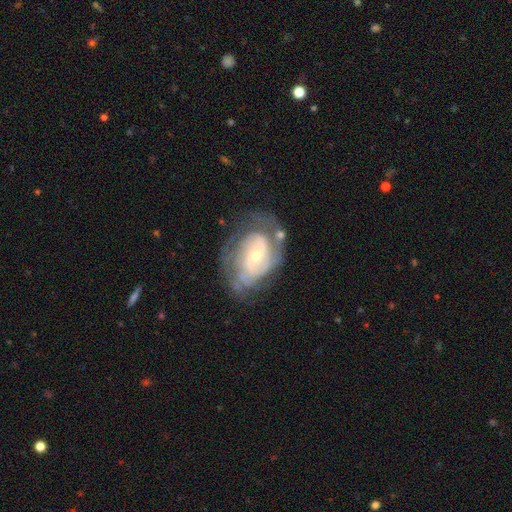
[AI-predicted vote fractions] A featured or disk galaxy (83%) with no bar (53%), tight (58%) spiral arms (90%) and a small central bulge (58%).

Vote fractions:
- Smooth or featured? featured or disk: 83% / smooth: 11% / star or artifact: 6%
- Edge-on disk? no: 96% / yes: 4%
- Bar? no: 53% / weak: 36% / strong: 11%
- Spiral arms? yes: 90% / no: 10%
- Spiral winding? tight: 58% / medium: 32% / loose: 9%
- Spiral arm count? can't tell: 37% / 2: 33% / 3: 16% / 4: 6% / 1: 5% / more than 4: 4%
- Bulge size? small: 58% / moderate: 38% / large: 2% / none: 1% / dominant: 1%
- Merging? none: 58% / minor disturbance: 23% / major disturbance: 15% / merger: 4%